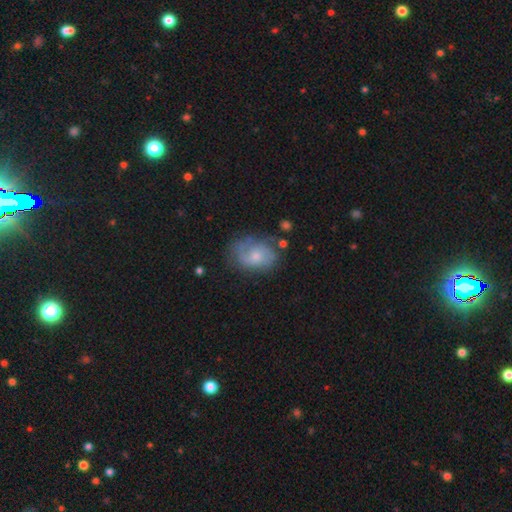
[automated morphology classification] Smooth or featured: featured or disk — 56% (smooth — 36%)
Edge-on disk: no — 97% (yes — 3%)
Bar: no — 72% (weak — 25%)
Spiral arms: yes — 81% (no — 19%)
Bulge size: small — 51% (moderate — 40%)
Merging: none — 59% (minor disturbance — 25%)